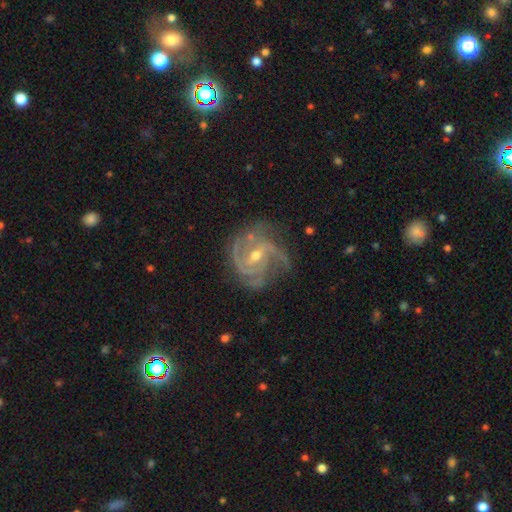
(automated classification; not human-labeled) This appears to be a featured or disk galaxy (90%) with a weak bar (47%), 3 (46%) tight (49%) spiral arms (98%) and a moderate central bulge (51%). Merging: none (68%).